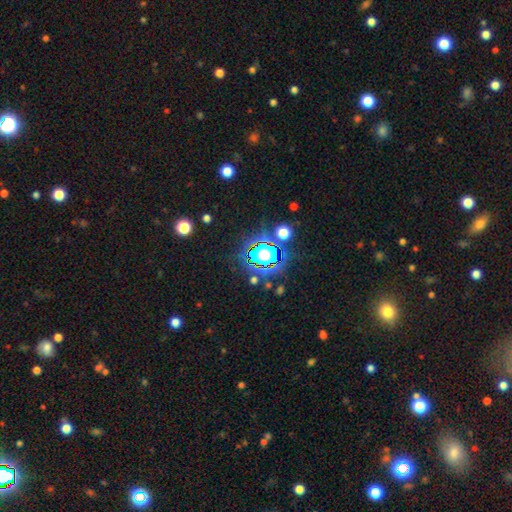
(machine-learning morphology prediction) Smooth or featured: star or artifact — 59% (smooth — 28%)